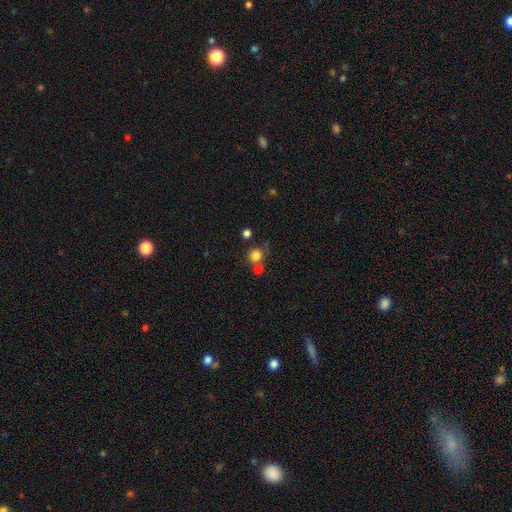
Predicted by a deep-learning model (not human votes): Smooth or featured: smooth — 81% (star or artifact — 12%)
How rounded: round — 88% (in between — 11%)
Merging: none — 60% (merger — 23%)